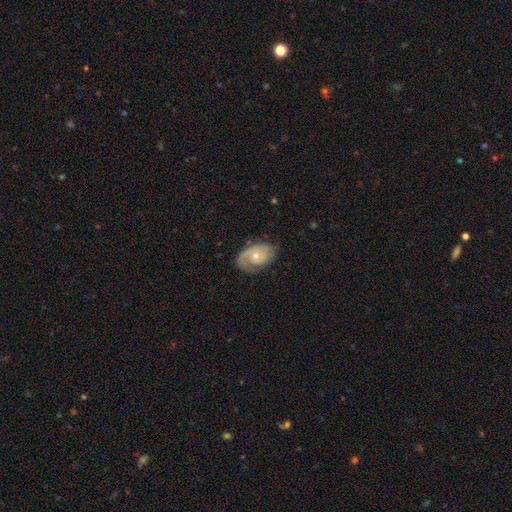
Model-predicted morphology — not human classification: smooth_or_featured: featured or disk (p=0.66) [alt: smooth p=0.27]
disk_edge_on: no (p=0.95) [alt: yes p=0.05]
bar: no (p=0.78) [alt: weak p=0.19]
has_spiral_arms: yes (p=0.83) [alt: no p=0.17]
spiral_winding: tight (p=0.49) [alt: medium p=0.34]
spiral_arm_count: 2 (p=0.40) [alt: 1 p=0.36]
bulge_size: moderate (p=0.50) [alt: small p=0.46]
merging: none (p=0.67) [alt: minor disturbance p=0.23]